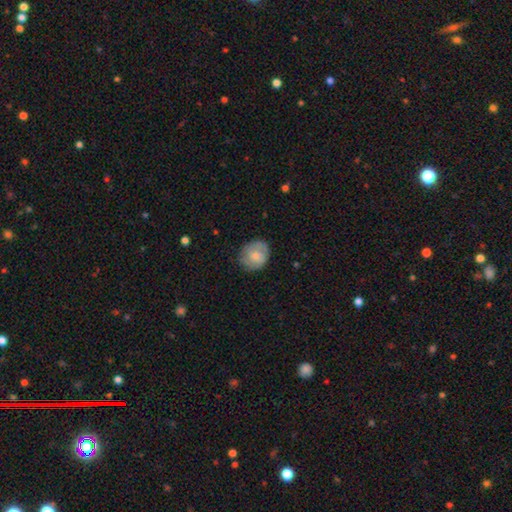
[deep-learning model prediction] Morphology: type=smooth (63%); roundness=round (68%); merging=none (74%).